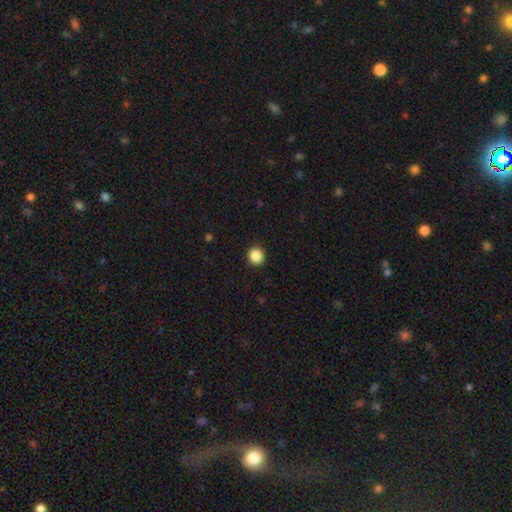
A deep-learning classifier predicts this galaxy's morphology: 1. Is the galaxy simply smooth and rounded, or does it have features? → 87% smooth, 10% star or artifact, 3% featured or disk.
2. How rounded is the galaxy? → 92% round, 7% in between, 1% cigar-shaped.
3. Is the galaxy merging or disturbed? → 93% none, 5% minor disturbance, 2% major disturbance, 1% merger.